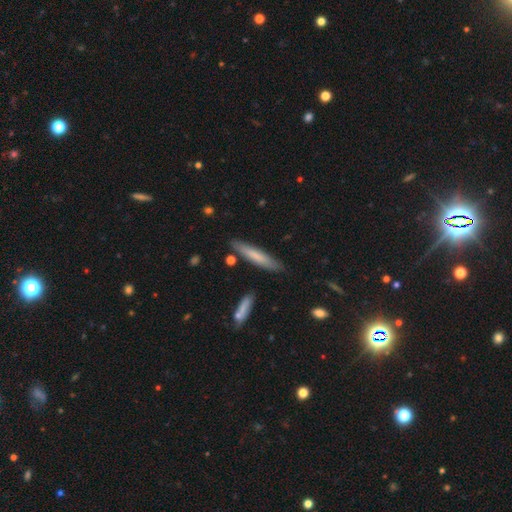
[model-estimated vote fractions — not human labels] Overall: smooth (71%). How rounded: cigar-shaped (90%). Merging: none (84%).